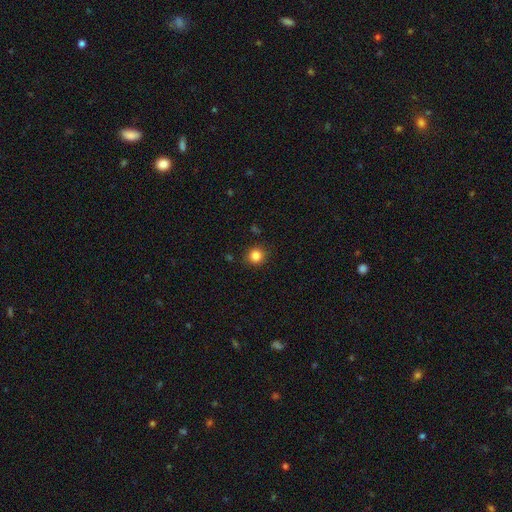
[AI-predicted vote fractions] Overall: smooth (84%). How rounded: round (90%). Merging: none (89%).